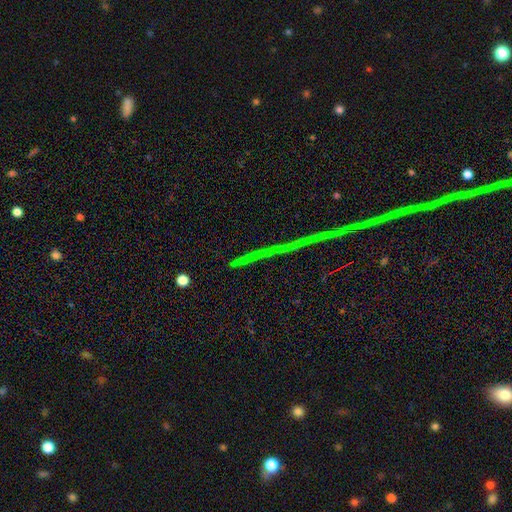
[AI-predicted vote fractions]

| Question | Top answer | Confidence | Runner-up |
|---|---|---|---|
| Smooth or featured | star or artifact | 80% | featured or disk (11%) |